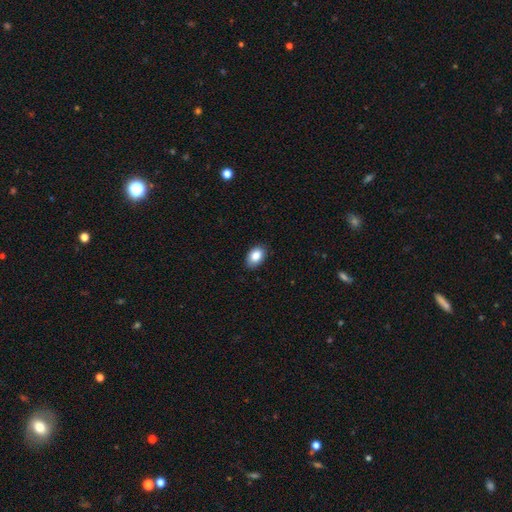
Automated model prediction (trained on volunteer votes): Morphology: type=smooth (87%); roundness=in between (87%); merging=none (86%).